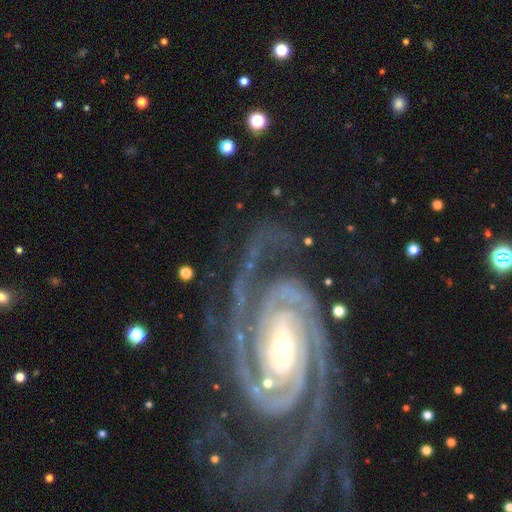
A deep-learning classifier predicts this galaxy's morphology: This is clearly a featured or disk galaxy (93%). It is clearly not viewed edge-on (97%). Bar: possibly no (46%). Spiral arm pattern: clearly yes (99%). Spiral arm count: likely 2 (76%). Spiral winding: likely tight (73%). Central bulge: likely small (60%). Merging: likely none (73%).